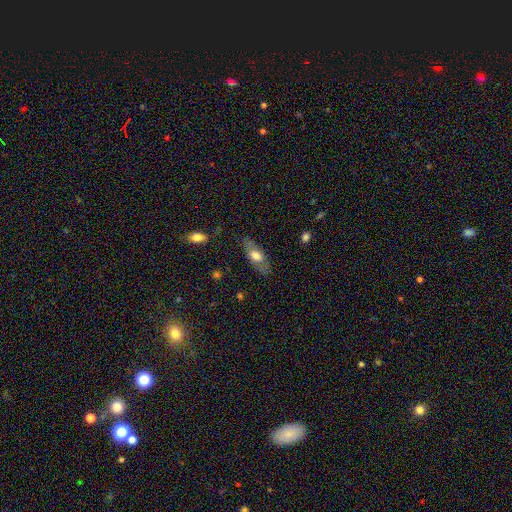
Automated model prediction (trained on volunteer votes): Smooth or featured? Predicted: smooth (p=0.60). How rounded? Predicted: in between (p=0.76). Merging? Predicted: none (p=0.78).